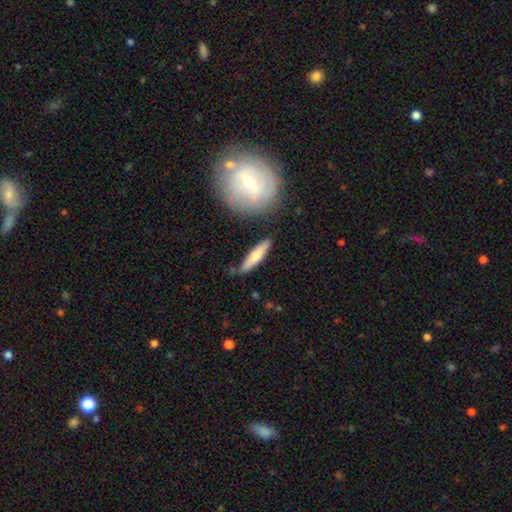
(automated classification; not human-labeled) Smooth or featured?
  - smooth: 71% *
  - featured or disk: 24%
  - star or artifact: 5%
How rounded?
  - cigar-shaped: 77% *
  - in between: 21%
  - round: 2%
Merging?
  - none: 80% *
  - minor disturbance: 13%
  - merger: 5%
  - major disturbance: 3%